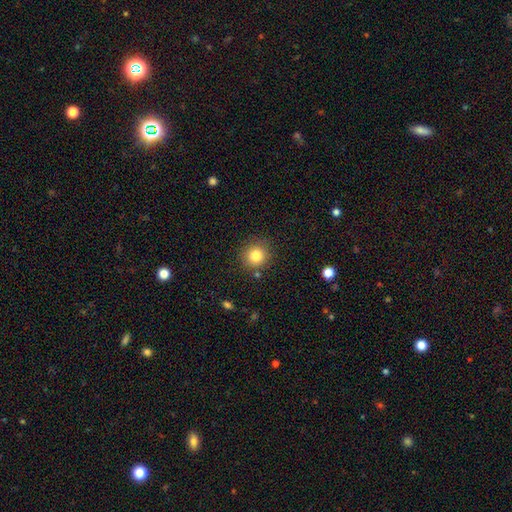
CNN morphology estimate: This appears to be a smooth galaxy with no disk features (82%) that is round (92%). Merging: none (85%).